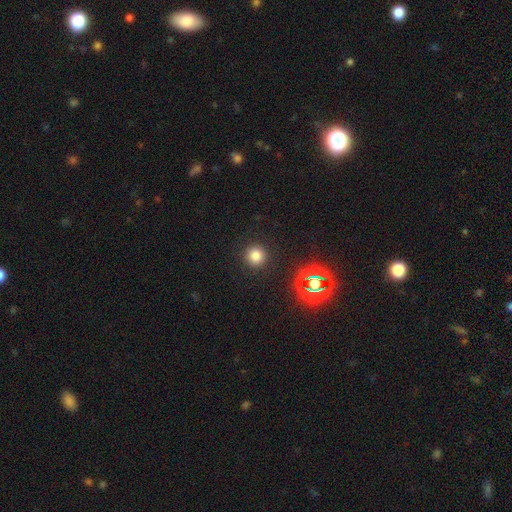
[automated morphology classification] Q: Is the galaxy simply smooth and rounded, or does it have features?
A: smooth — 78%.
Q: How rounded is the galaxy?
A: round — 94%.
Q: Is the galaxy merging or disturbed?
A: none — 90%.